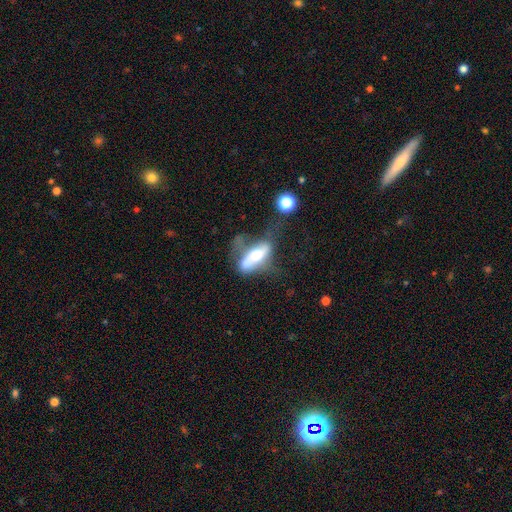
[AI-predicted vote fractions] Q: Smooth or featured?
A: featured or disk (50%); runner-up: smooth (42%)
Q: Edge-on disk?
A: no (67%); runner-up: yes (33%)
Q: Merging?
A: major disturbance (33%); runner-up: none (27%)